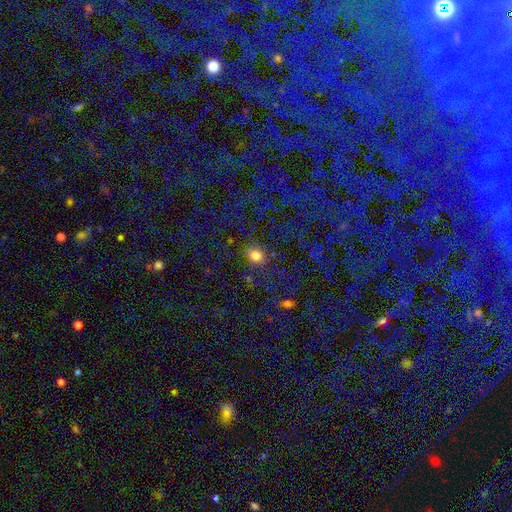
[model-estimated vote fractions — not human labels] smooth_or_featured: smooth (p=0.74) [alt: star or artifact p=0.18]
how_rounded: round (p=0.56) [alt: in between p=0.42]
merging: none (p=0.76) [alt: minor disturbance p=0.14]